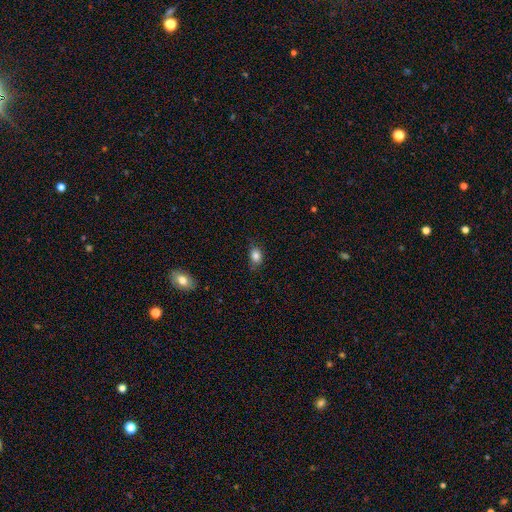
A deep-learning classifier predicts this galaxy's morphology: A smooth galaxy with no disk features (84%) that is in between round and cigar-shaped (67%). Merging: none (73%).